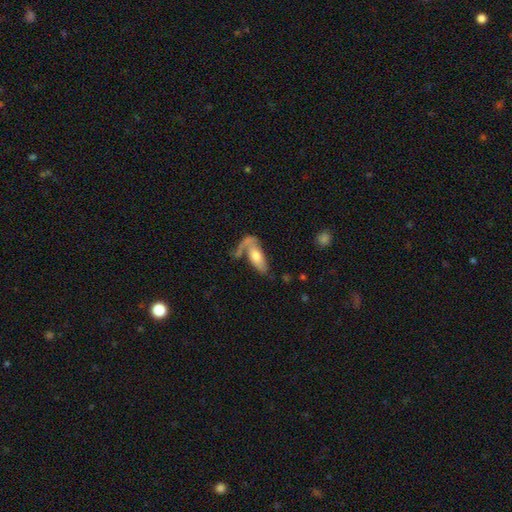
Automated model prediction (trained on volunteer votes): This appears to be a smooth galaxy with no disk features (57%) that is in between round and cigar-shaped (77%). Merging: none (33%).